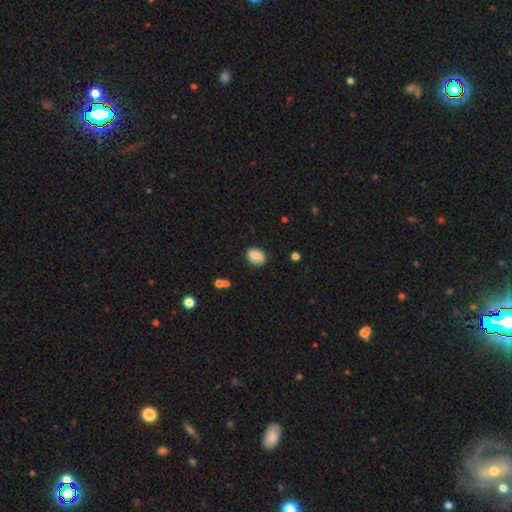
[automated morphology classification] smooth_or_featured: smooth (p=0.74) [alt: featured or disk p=0.18]
how_rounded: in between (p=0.59) [alt: round p=0.40]
merging: none (p=0.82) [alt: minor disturbance p=0.13]